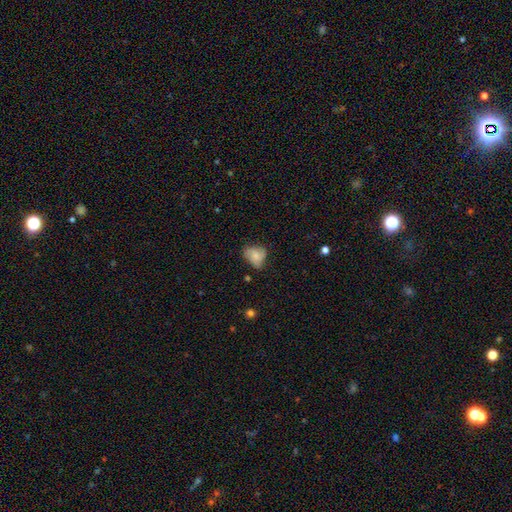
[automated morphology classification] The model was most divided on "merging": none: 48%, minor disturbance: 36%, major disturbance: 14%, merger: 2%. More confident: smooth or featured — smooth (62%); how rounded — in between (57%).